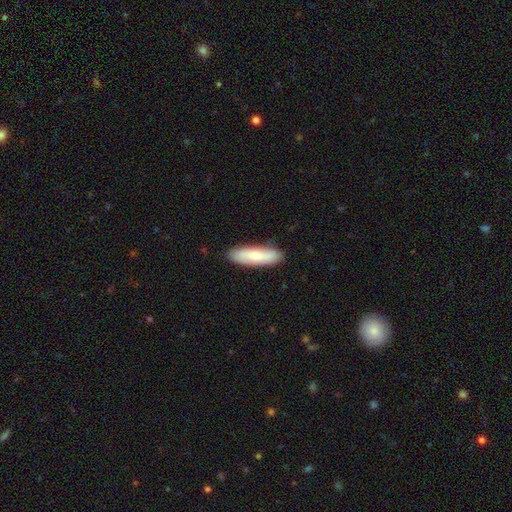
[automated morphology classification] smooth_or_featured: smooth (p=0.73) [alt: featured or disk p=0.22]
how_rounded: cigar-shaped (p=0.62) [alt: in between p=0.36]
merging: none (p=0.88) [alt: minor disturbance p=0.09]